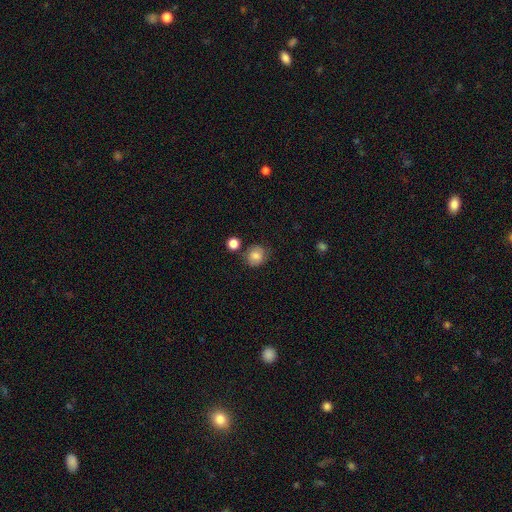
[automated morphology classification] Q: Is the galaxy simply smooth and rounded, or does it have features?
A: smooth — 81%.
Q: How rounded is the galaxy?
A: round — 79%.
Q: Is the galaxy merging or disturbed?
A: none — 74%.